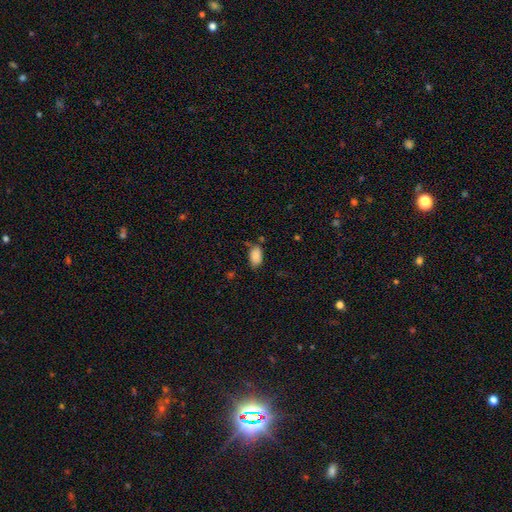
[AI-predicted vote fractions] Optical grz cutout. It shows a smooth galaxy with no disk features (87%) that is in between round and cigar-shaped (92%). Merging: none (68%).